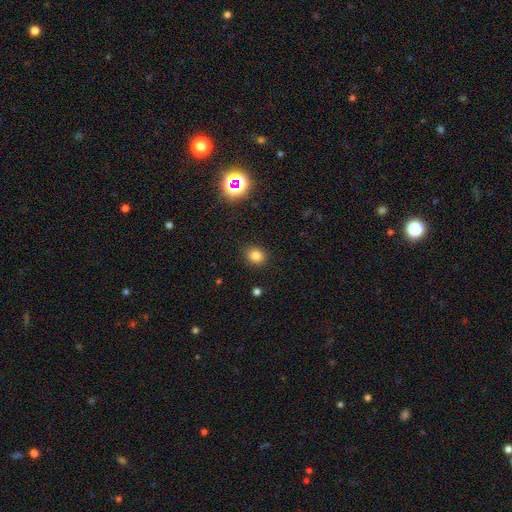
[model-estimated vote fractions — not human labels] This is likely a smooth galaxy (80%). How rounded: likely round (73%). Merging: clearly none (88%).